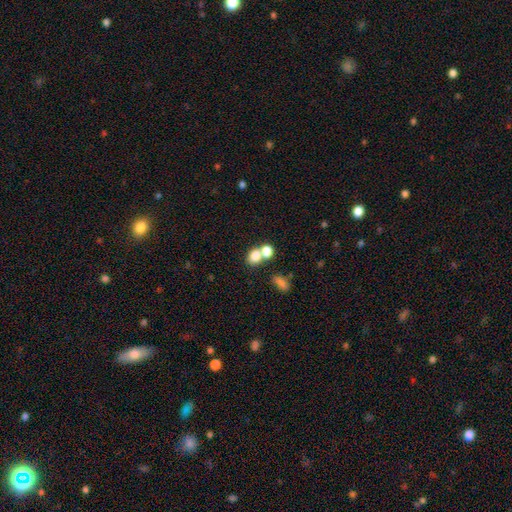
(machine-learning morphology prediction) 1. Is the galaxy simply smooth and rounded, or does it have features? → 77% smooth, 12% star or artifact, 10% featured or disk.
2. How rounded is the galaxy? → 56% round, 43% in between, 1% cigar-shaped.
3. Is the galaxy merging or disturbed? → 51% merger, 38% none, 7% minor disturbance, 4% major disturbance.